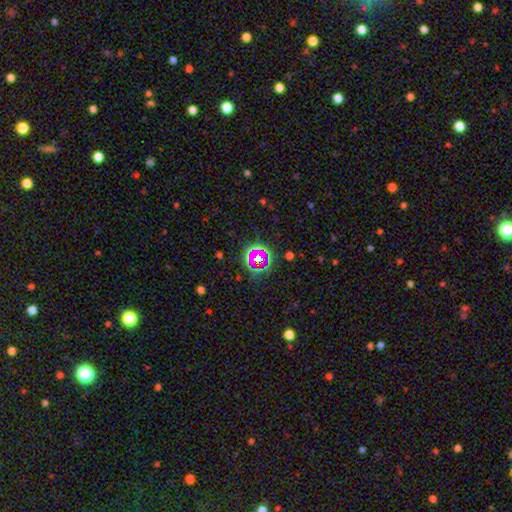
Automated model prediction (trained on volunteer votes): Smooth or featured? star or artifact (58%)